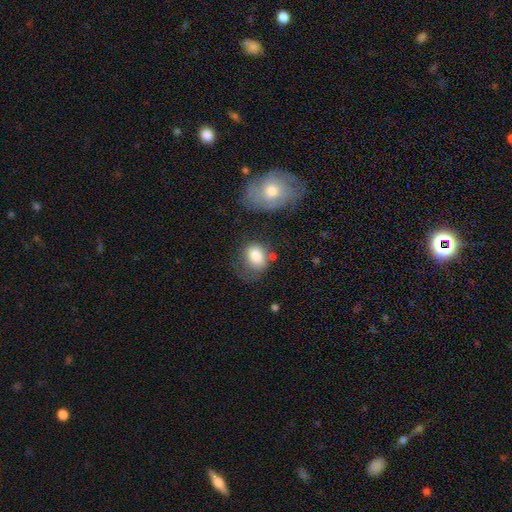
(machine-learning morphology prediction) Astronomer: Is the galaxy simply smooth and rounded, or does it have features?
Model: smooth — 81%.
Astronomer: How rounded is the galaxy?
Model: in between — 60% (runner-up: round, 39%).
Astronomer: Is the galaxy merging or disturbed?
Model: none — 45% (runner-up: minor disturbance, 28%).